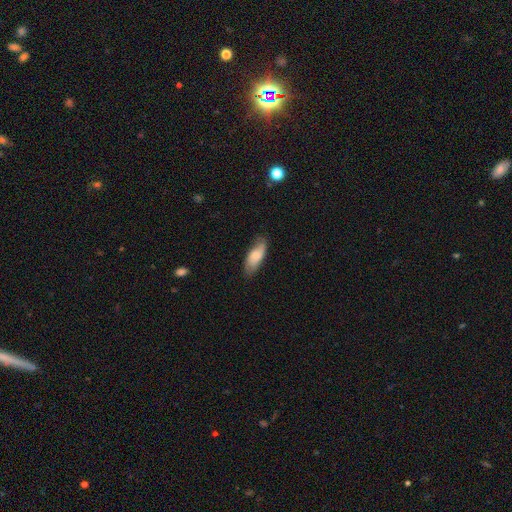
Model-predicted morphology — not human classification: Smooth or featured?
  - smooth: 72% *
  - featured or disk: 21%
  - star or artifact: 6%
How rounded?
  - in between: 73% *
  - cigar-shaped: 25%
  - round: 2%
Merging?
  - none: 74% *
  - minor disturbance: 21%
  - major disturbance: 4%
  - merger: 1%